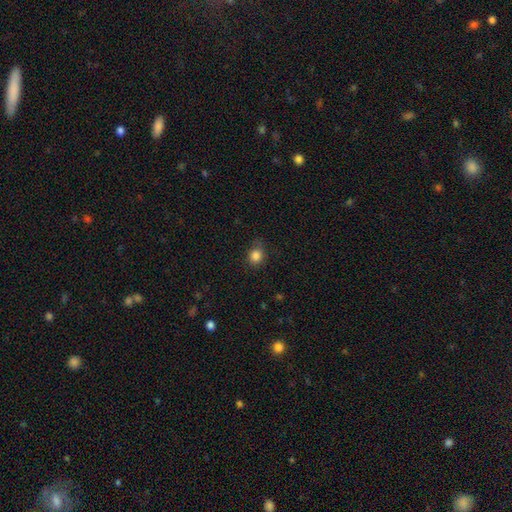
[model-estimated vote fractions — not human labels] smooth-or-featured: smooth: 84% | star or artifact: 11% | featured or disk: 4%
  how-rounded: round: 76% | in between: 23% | cigar-shaped: 1%
  merging: none: 75% | minor disturbance: 20% | major disturbance: 5% | merger: 1%